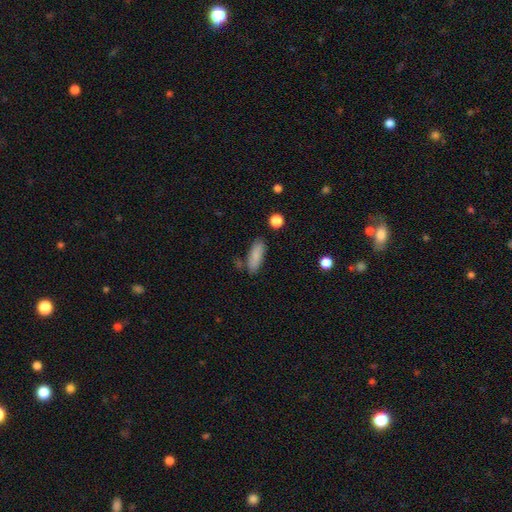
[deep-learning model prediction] Morphology: type=smooth (85%); roundness=in between (67%); merging=none (76%).